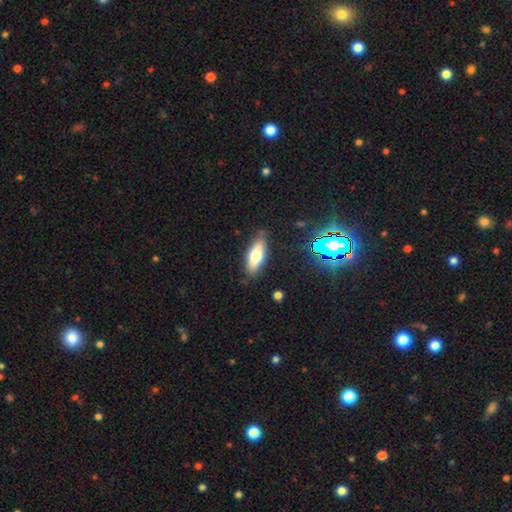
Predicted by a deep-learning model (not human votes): Q: Smooth or featured?
A: smooth (68%); runner-up: featured or disk (24%)
Q: How rounded?
A: in between (70%); runner-up: cigar-shaped (28%)
Q: Merging?
A: none (83%); runner-up: minor disturbance (13%)